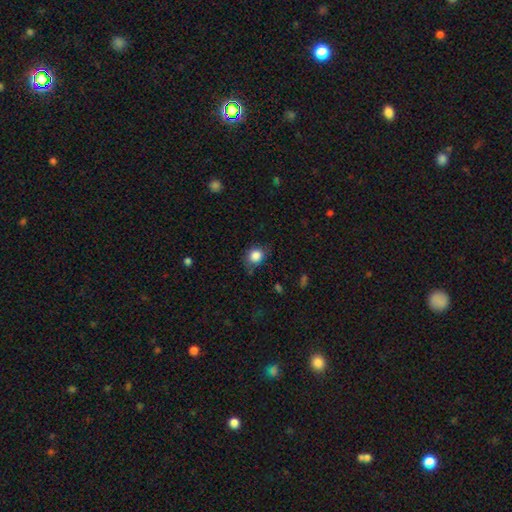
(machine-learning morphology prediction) Smooth or featured?
  - smooth: 85% *
  - star or artifact: 10%
  - featured or disk: 5%
How rounded?
  - round: 74% *
  - in between: 25%
  - cigar-shaped: 1%
Merging?
  - none: 70% *
  - minor disturbance: 22%
  - major disturbance: 6%
  - merger: 2%